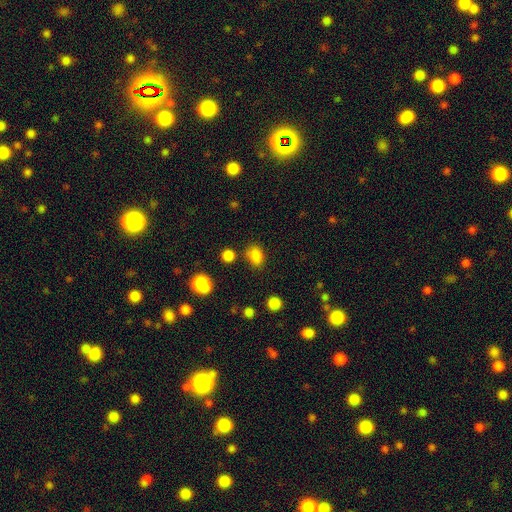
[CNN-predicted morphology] smooth_or_featured: smooth (p=0.83) [alt: star or artifact p=0.12]
how_rounded: in between (p=0.68) [alt: round p=0.31]
merging: none (p=0.74) [alt: minor disturbance p=0.15]